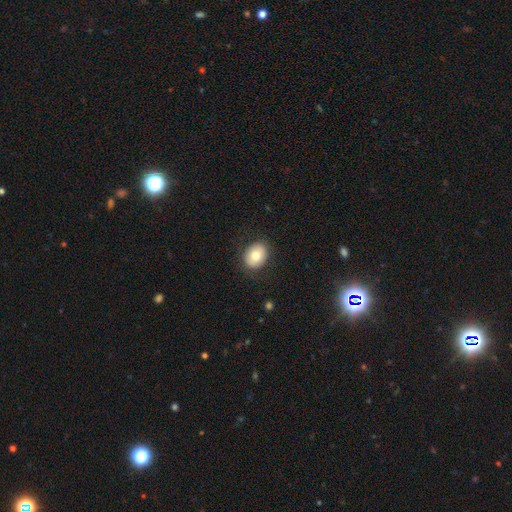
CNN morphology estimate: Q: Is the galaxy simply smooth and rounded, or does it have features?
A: smooth — 76%.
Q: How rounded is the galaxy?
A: in between — 60%.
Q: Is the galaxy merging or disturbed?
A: none — 86%.